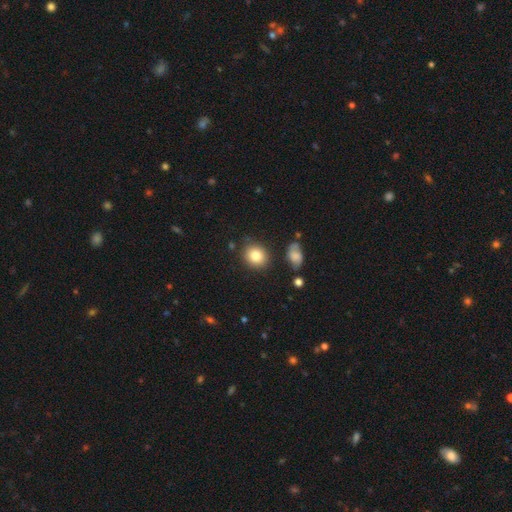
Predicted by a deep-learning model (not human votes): smooth_or_featured: smooth (p=0.83) [alt: star or artifact p=0.09]
how_rounded: round (p=0.70) [alt: in between p=0.29]
merging: none (p=0.82) [alt: minor disturbance p=0.11]